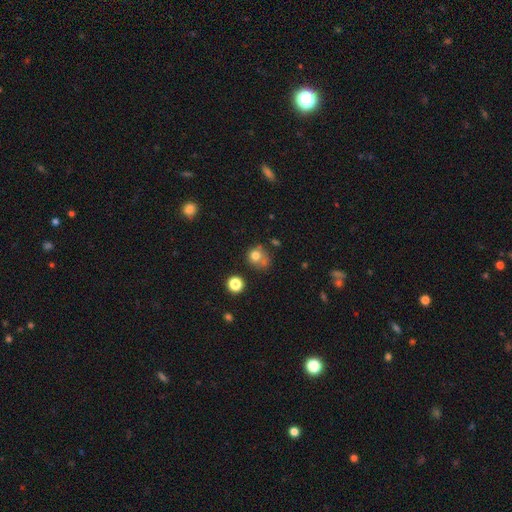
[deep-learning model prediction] A smooth galaxy with no disk features (75%) that is round (76%). Merging: none (47%).